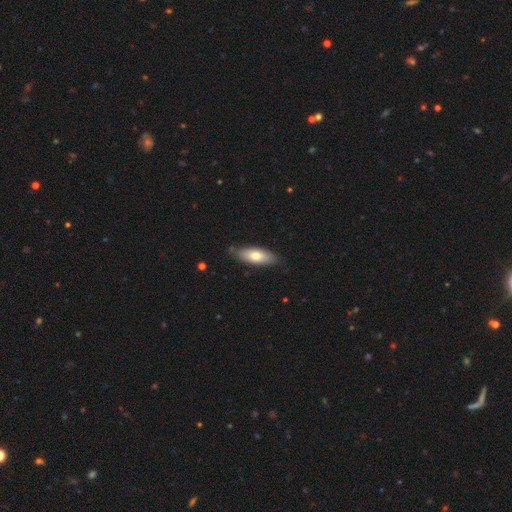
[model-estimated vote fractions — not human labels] Smooth or featured? smooth (70%)
How rounded? in between (72%)
Merging? none (81%)